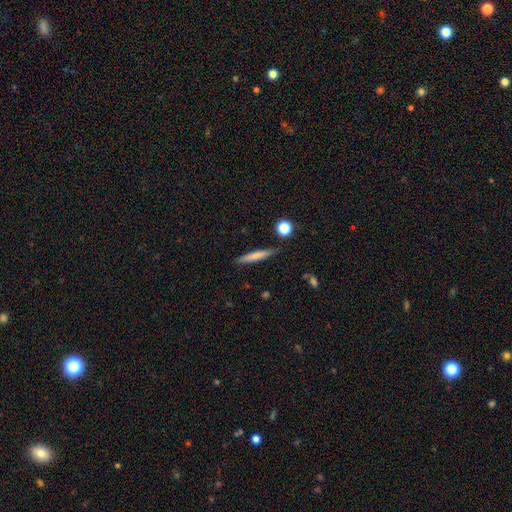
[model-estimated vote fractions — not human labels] Q: Smooth or featured?
A: smooth (72%); runner-up: featured or disk (21%)
Q: How rounded?
A: cigar-shaped (93%); runner-up: in between (5%)
Q: Merging?
A: none (86%); runner-up: minor disturbance (10%)